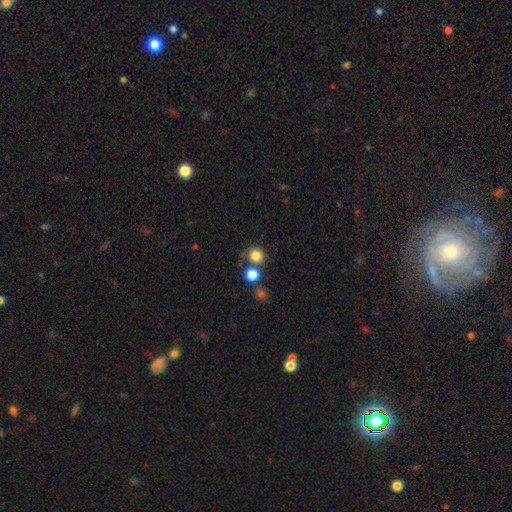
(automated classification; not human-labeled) Smooth or featured? Predicted: smooth (p=0.81). How rounded? Predicted: round (p=0.87). Merging? Predicted: none (p=0.62).